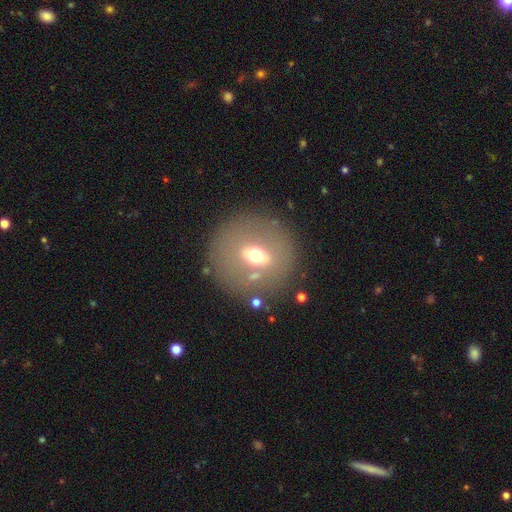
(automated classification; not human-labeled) A featured or disk galaxy (44%). Merging: none (79%).